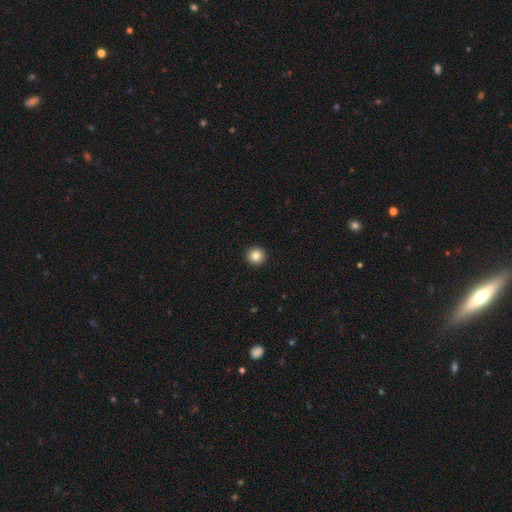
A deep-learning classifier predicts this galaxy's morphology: Smooth or featured: smooth — 84% (star or artifact — 11%)
How rounded: round — 96% (in between — 3%)
Merging: none — 94% (minor disturbance — 4%)